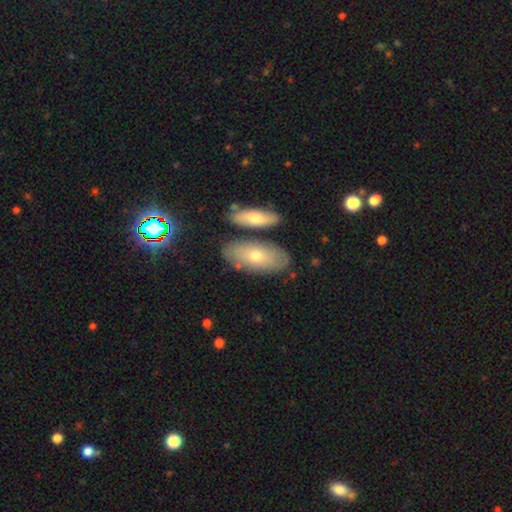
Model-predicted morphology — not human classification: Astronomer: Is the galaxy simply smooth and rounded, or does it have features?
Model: smooth — 61%.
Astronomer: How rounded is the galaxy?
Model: in between — 86%.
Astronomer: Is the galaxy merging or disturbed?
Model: none — 73%.